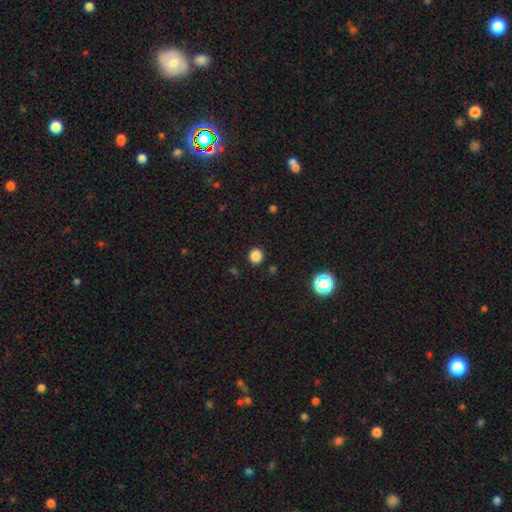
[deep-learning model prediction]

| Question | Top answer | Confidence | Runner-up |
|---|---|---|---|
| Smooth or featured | smooth | 84% | star or artifact (13%) |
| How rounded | round | 90% | in between (9%) |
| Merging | none | 91% | minor disturbance (6%) |